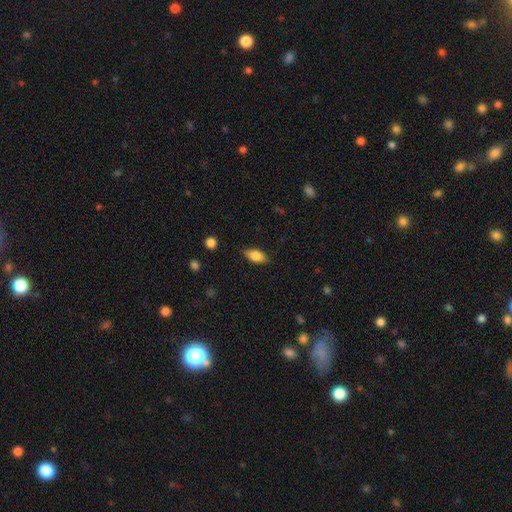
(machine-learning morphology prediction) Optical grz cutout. It shows a smooth galaxy with no disk features (83%) that is in between round and cigar-shaped (89%). Merging: none (84%).